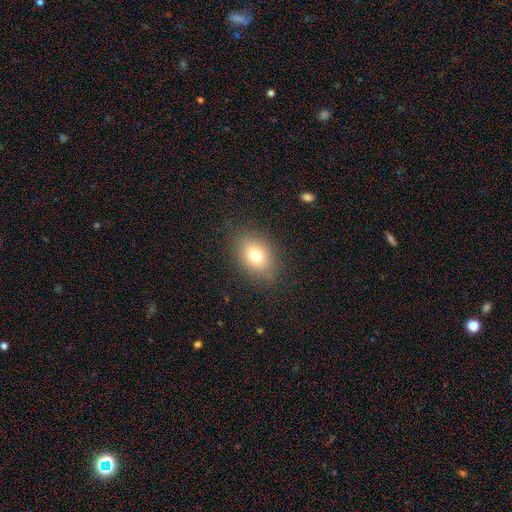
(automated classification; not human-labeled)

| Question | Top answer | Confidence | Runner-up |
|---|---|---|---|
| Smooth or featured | smooth | 73% | featured or disk (14%) |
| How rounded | in between | 69% | round (29%) |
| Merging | none | 83% | minor disturbance (12%) |